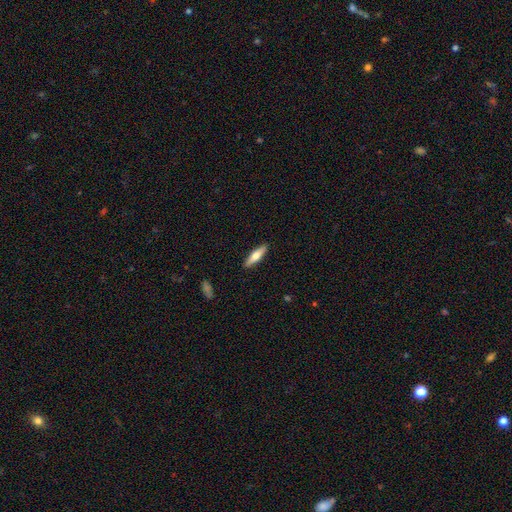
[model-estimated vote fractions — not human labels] Smooth or featured? smooth (59%)
How rounded? cigar-shaped (70%)
Merging? none (90%)